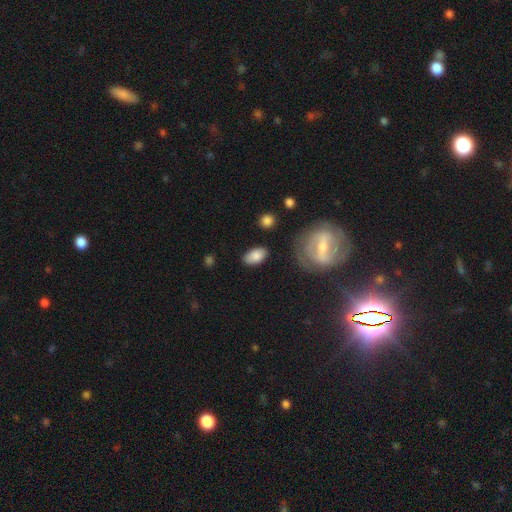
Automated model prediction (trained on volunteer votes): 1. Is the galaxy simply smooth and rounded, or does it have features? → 82% smooth, 11% featured or disk, 7% star or artifact.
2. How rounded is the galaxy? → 92% in between, 6% round, 2% cigar-shaped.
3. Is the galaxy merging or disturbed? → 80% none, 13% minor disturbance, 4% major disturbance, 3% merger.